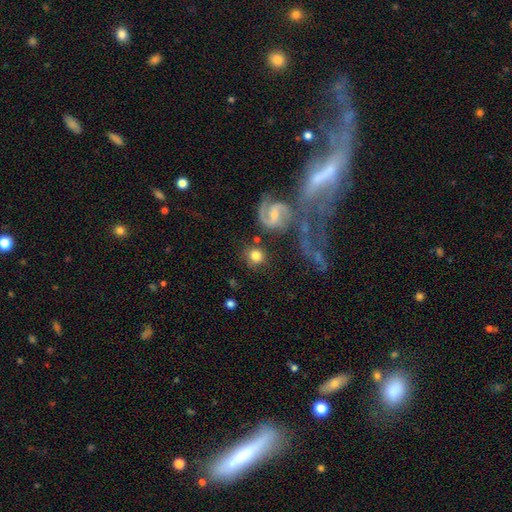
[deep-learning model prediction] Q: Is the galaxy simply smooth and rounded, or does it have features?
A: smooth — 69%.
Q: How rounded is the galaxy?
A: round — 88%.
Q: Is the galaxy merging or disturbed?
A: none — 75%.